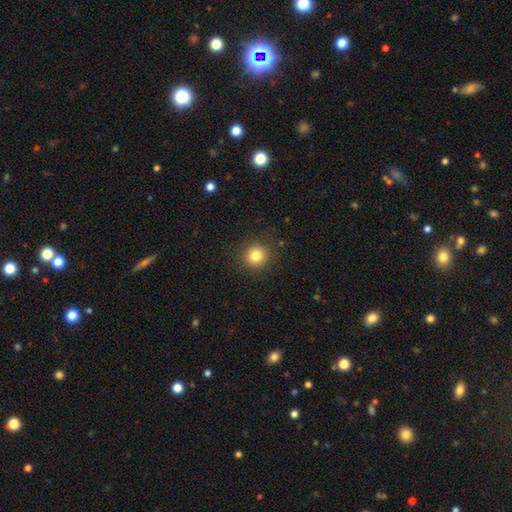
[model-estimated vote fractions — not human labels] Overall: smooth (82%). How rounded: round (92%). Merging: none (90%).